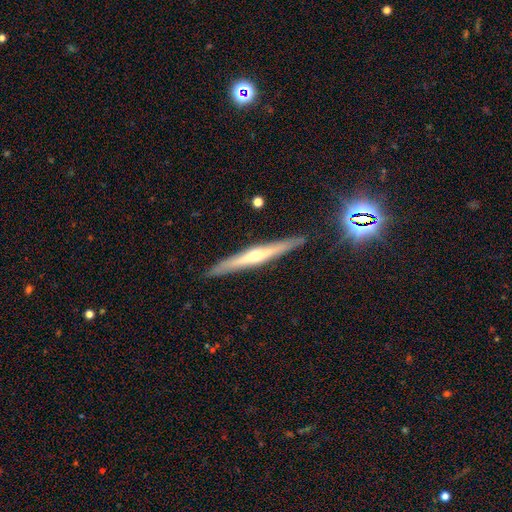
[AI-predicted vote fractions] smooth_or_featured: featured or disk (p=0.69) [alt: smooth p=0.23]
disk_edge_on: yes (p=0.96) [alt: no p=0.04]
edge_on_bulge: rounded (p=0.81) [alt: none p=0.14]
merging: none (p=0.90) [alt: minor disturbance p=0.08]